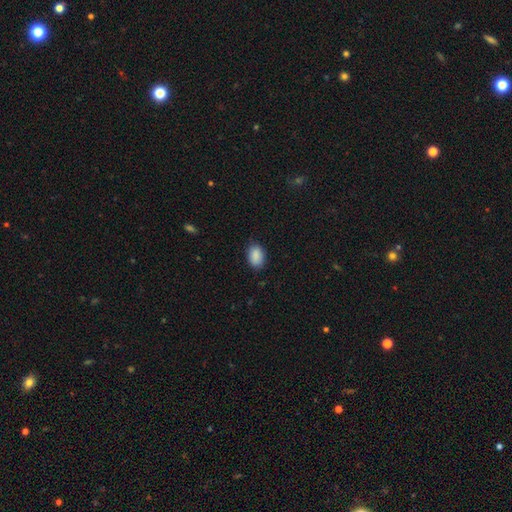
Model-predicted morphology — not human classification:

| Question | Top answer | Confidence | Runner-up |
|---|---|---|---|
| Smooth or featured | smooth | 89% | star or artifact (7%) |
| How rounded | in between | 87% | round (12%) |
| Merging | none | 81% | minor disturbance (15%) |